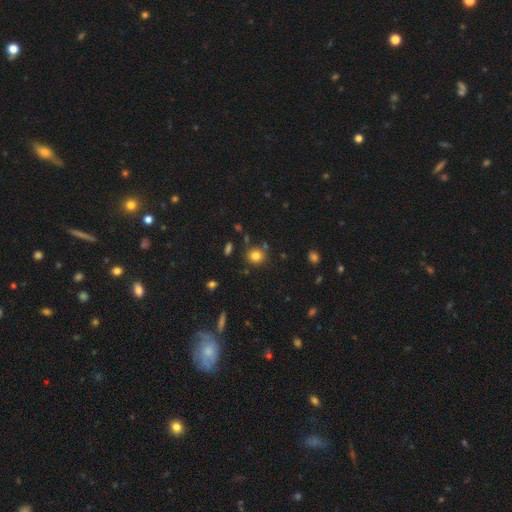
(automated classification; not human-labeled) Smooth or featured?
  - smooth: 81% *
  - star or artifact: 13%
  - featured or disk: 6%
How rounded?
  - round: 84% *
  - in between: 15%
  - cigar-shaped: 1%
Merging?
  - none: 81% *
  - minor disturbance: 10%
  - merger: 6%
  - major disturbance: 3%